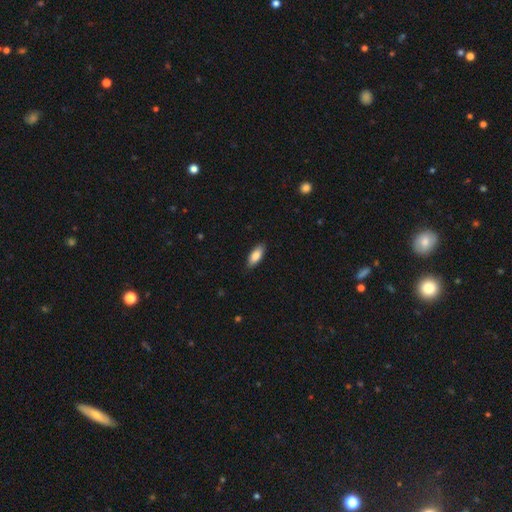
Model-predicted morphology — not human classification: A smooth galaxy with no disk features (83%) that is in between round and cigar-shaped (80%). Merging: none (86%).